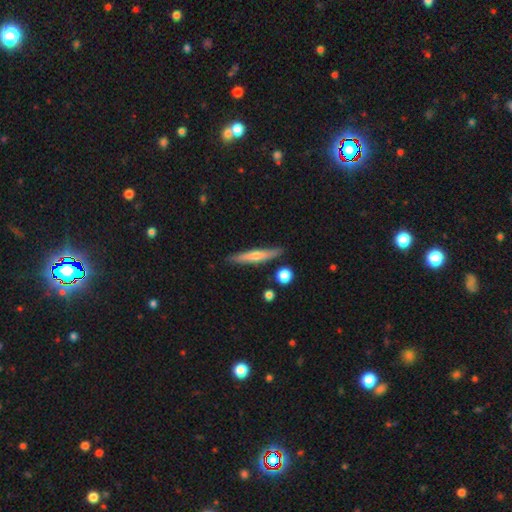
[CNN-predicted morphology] type=featured or disk (54%); edge-on=yes (95%); edge-on bulge=rounded (75%); merging=none (88%).